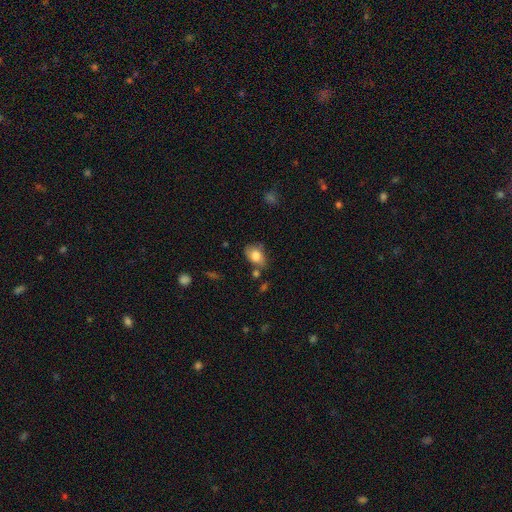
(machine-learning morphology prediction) Overall: smooth (76%). How rounded: in between (82%). Merging: none (60%; minor disturbance 25%).